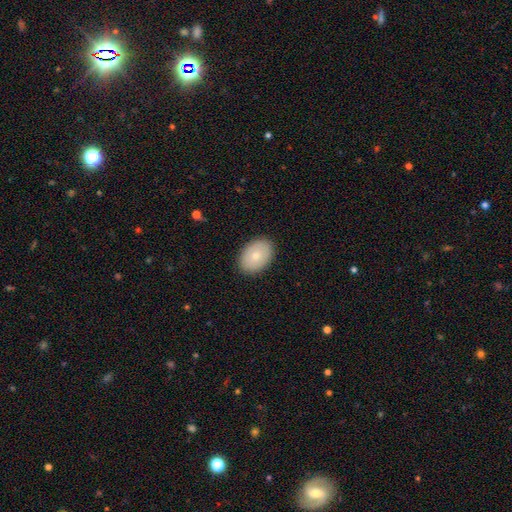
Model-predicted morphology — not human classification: smooth 76%, featured or disk 17%, star or artifact 7%. Down the decision tree: how rounded — in between (82%); merging — none (88%).